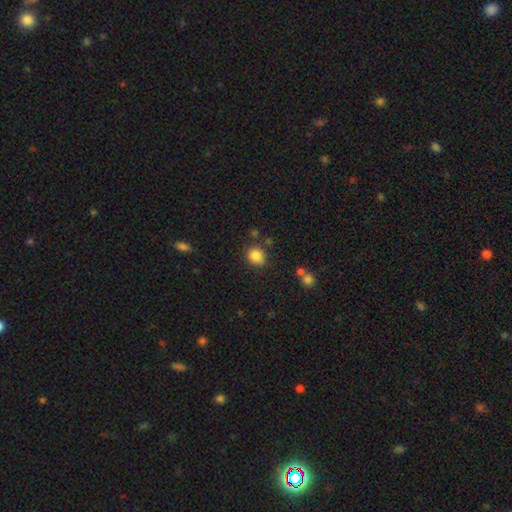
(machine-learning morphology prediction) The model was most divided on "how rounded": round: 77%, in between: 22%, cigar-shaped: 1%. More confident: smooth or featured — smooth (85%); merging — none (73%).